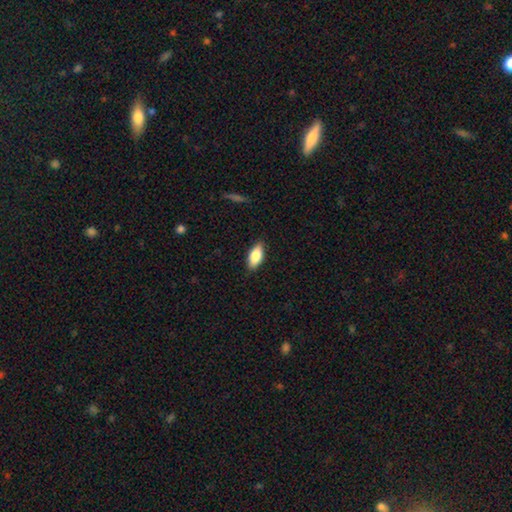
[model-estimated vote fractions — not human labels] Smooth or featured? smooth (79%)
How rounded? in between (87%)
Merging? none (87%)